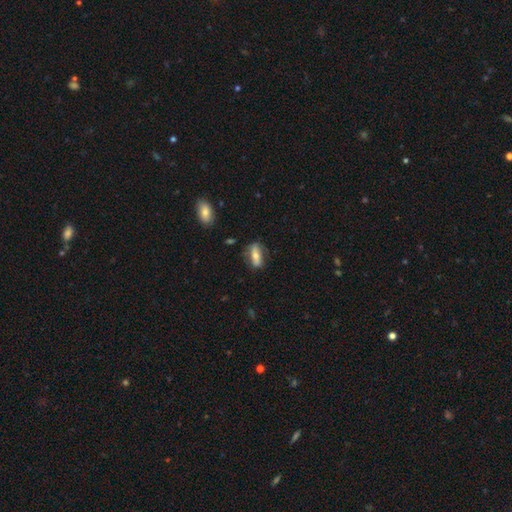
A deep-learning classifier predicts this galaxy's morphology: type=smooth (54%); roundness=in between (70%); merging=none (70%).